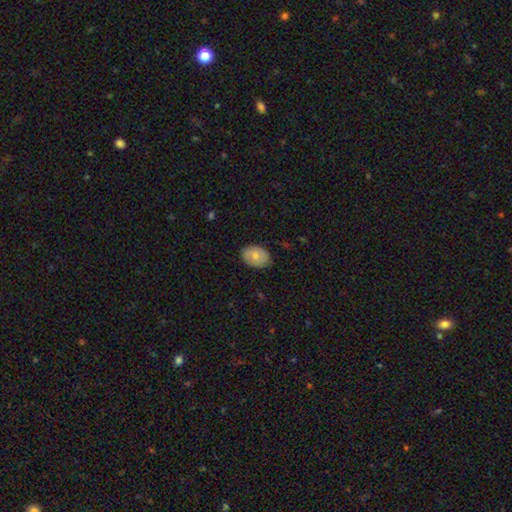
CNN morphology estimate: type=smooth (74%); roundness=in between (76%); merging=none (84%).